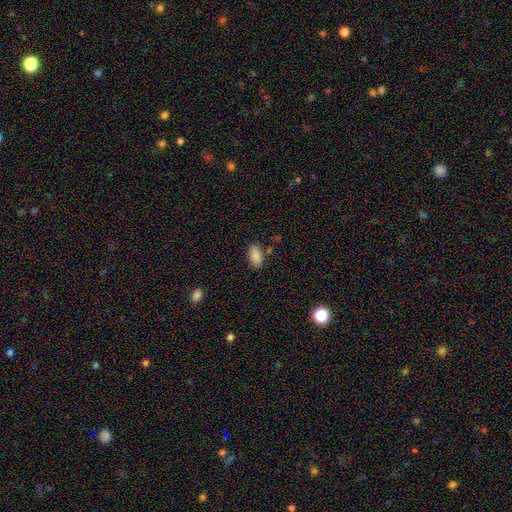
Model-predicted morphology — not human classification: Smooth or featured?
  - smooth: 87% *
  - star or artifact: 8%
  - featured or disk: 5%
How rounded?
  - in between: 93% *
  - cigar-shaped: 4%
  - round: 3%
Merging?
  - none: 80% *
  - minor disturbance: 12%
  - merger: 4%
  - major disturbance: 3%